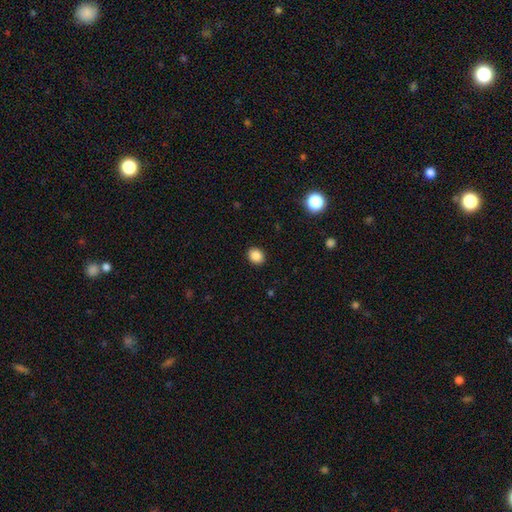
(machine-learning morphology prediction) A smooth galaxy with no disk features (86%) that is round (64%).

Vote fractions:
- Smooth or featured? smooth: 86% / star or artifact: 10% / featured or disk: 3%
- How rounded? round: 64% / in between: 36% / cigar-shaped: 1%
- Merging? none: 91% / minor disturbance: 6% / major disturbance: 2% / merger: 1%